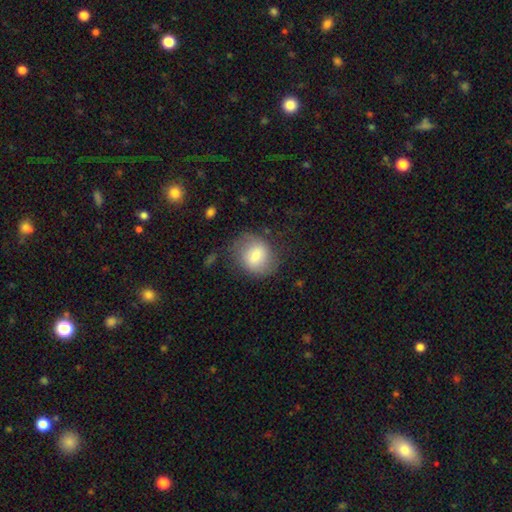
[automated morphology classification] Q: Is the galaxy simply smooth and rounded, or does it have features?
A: smooth — 70%.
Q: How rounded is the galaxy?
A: round — 63%.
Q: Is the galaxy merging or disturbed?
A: none — 61%.